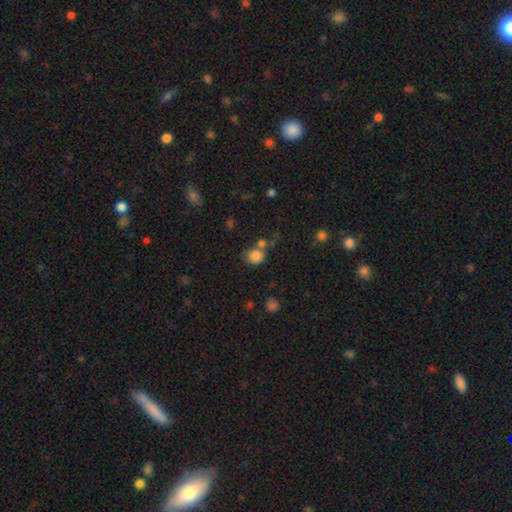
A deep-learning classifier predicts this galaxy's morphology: smooth 83%, star or artifact 11%, featured or disk 6%. Down the decision tree: how rounded — round (80%); merging — none (55%).